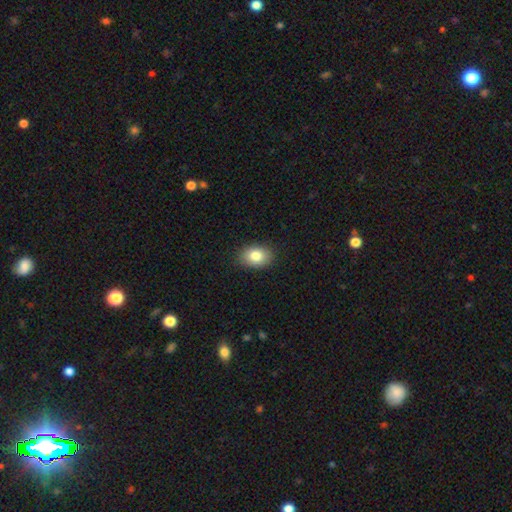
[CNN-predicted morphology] smooth_or_featured: smooth (p=0.83) [alt: featured or disk p=0.09]
how_rounded: in between (p=0.77) [alt: round p=0.22]
merging: none (p=0.86) [alt: minor disturbance p=0.11]